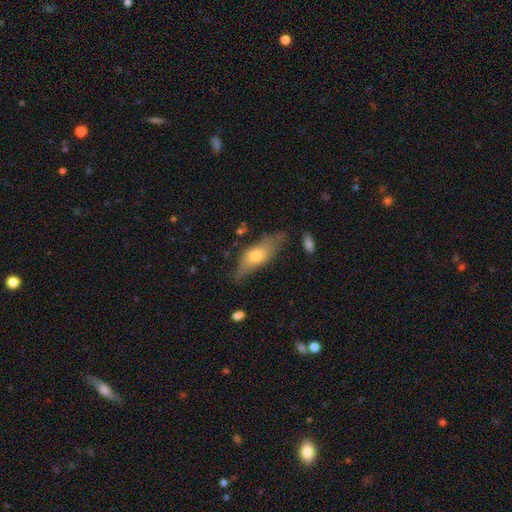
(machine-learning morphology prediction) Smooth or featured: smooth — 57% (featured or disk — 36%)
How rounded: in between — 61% (cigar-shaped — 36%)
Merging: none — 60% (minor disturbance — 28%)